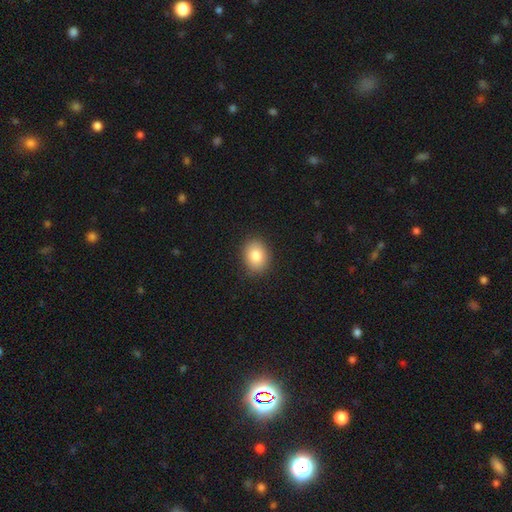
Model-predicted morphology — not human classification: The model was most divided on "how rounded": in between: 58%, round: 42%, cigar-shaped: 1%. More confident: merging — none (89%); smooth or featured — smooth (83%).